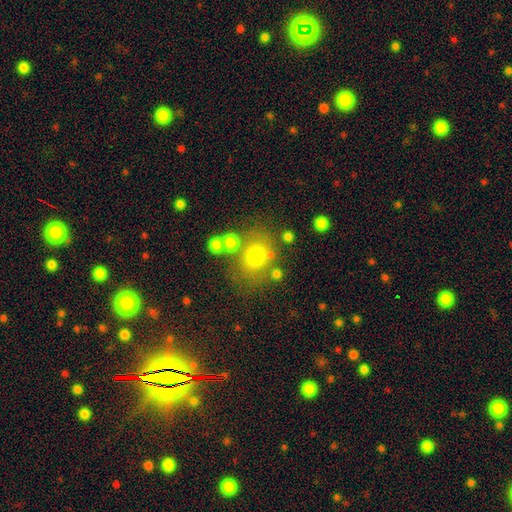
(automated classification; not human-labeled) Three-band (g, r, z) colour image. It shows a smooth galaxy with no disk features (71%) that is round (67%). Merging: none (63%).